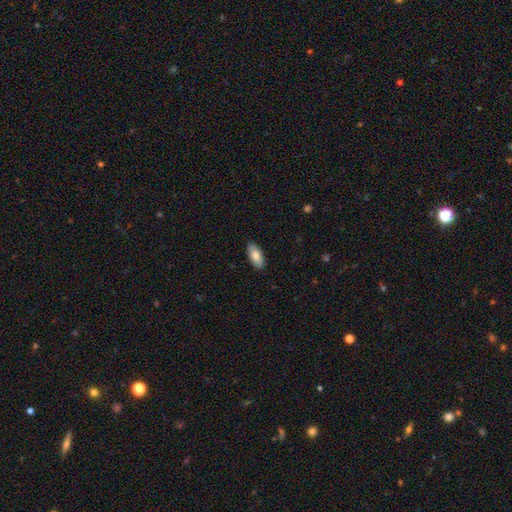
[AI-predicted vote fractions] smooth_or_featured: smooth (p=0.83) [alt: featured or disk p=0.12]
how_rounded: in between (p=0.88) [alt: cigar-shaped p=0.10]
merging: none (p=0.89) [alt: minor disturbance p=0.08]